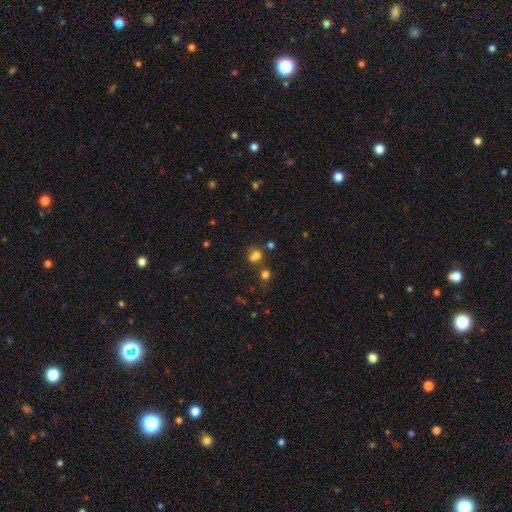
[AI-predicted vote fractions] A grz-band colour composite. It shows a smooth galaxy with no disk features (66%) that is round (65%). Merging: none (50%).